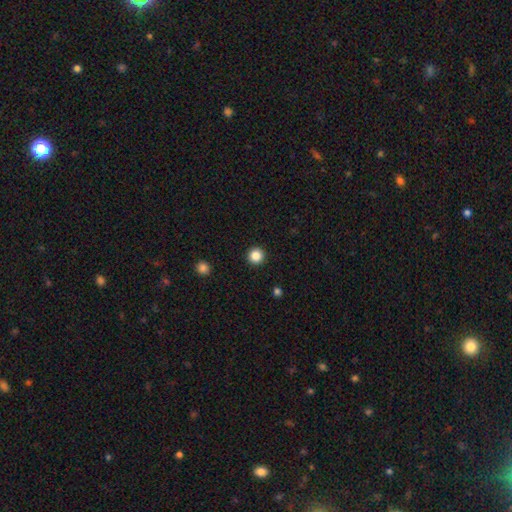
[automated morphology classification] type=smooth (86%); roundness=round (96%); merging=none (94%).